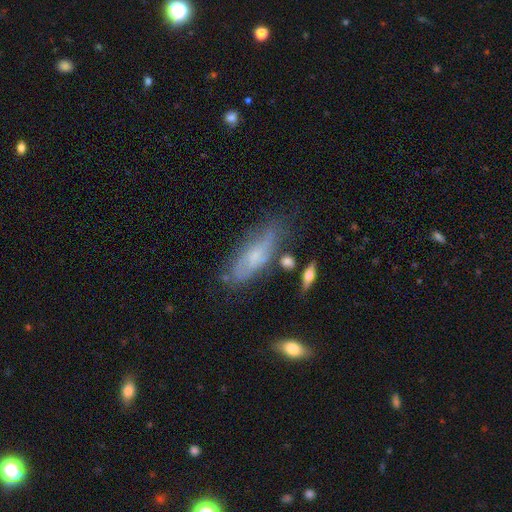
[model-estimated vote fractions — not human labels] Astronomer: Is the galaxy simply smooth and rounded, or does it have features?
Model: featured or disk — 53% (runner-up: smooth, 39%).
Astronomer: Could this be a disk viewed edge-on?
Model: no — 75%.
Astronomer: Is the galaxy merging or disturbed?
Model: none — 58%.